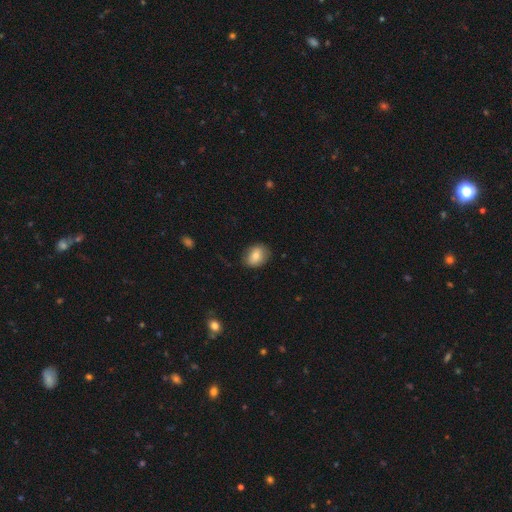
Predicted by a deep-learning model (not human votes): Morphology: type=smooth (77%); roundness=in between (62%); merging=none (80%).